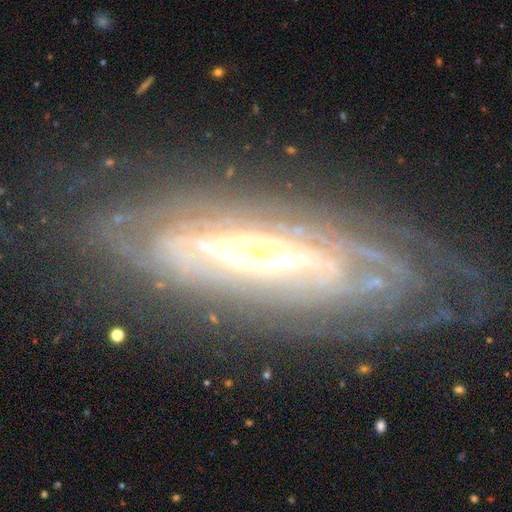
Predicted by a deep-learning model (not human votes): A featured or disk galaxy (85%) with no bar (38%), spiral arms (85%) and a moderate central bulge (41%). Merging: none (73%).